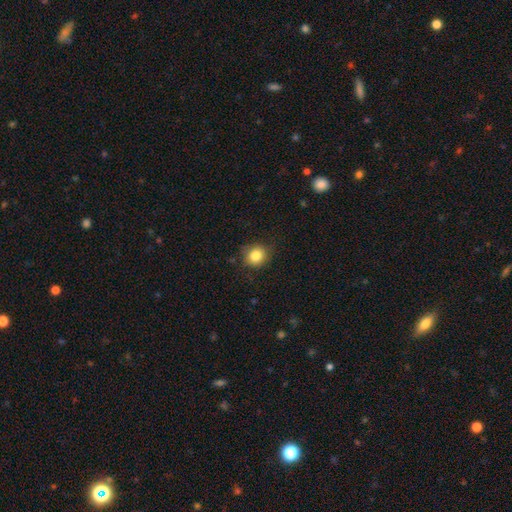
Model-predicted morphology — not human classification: Smooth or featured?
  - smooth: 84% *
  - star or artifact: 10%
  - featured or disk: 6%
How rounded?
  - round: 83% *
  - in between: 16%
  - cigar-shaped: 1%
Merging?
  - none: 82% *
  - minor disturbance: 14%
  - major disturbance: 3%
  - merger: 1%